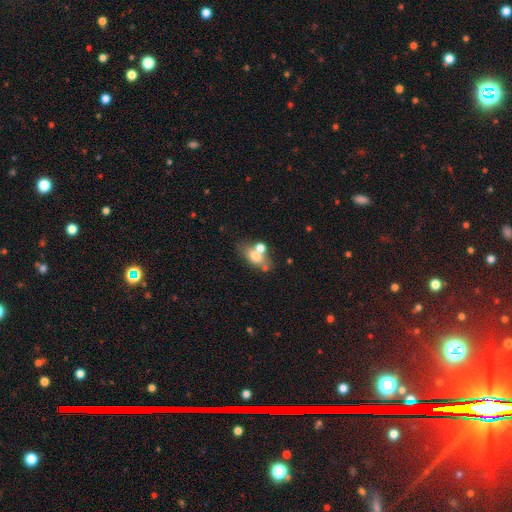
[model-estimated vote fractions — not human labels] smooth 65%, featured or disk 23%, star or artifact 12%. Down the decision tree: how rounded — in between (75%); merging — none (48%).